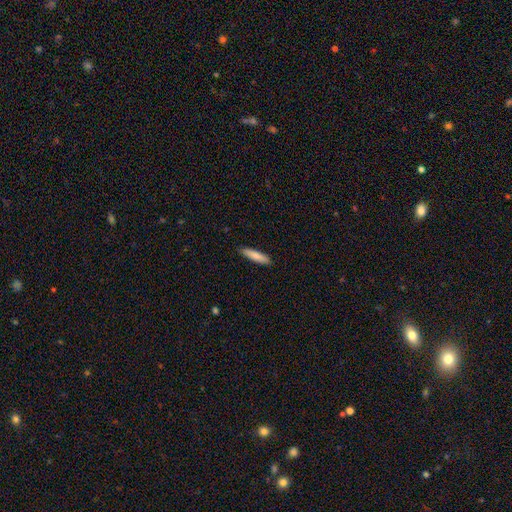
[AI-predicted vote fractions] smooth-or-featured: smooth: 83% | featured or disk: 11% | star or artifact: 6%
  how-rounded: cigar-shaped: 81% | in between: 17% | round: 1%
  merging: none: 89% | minor disturbance: 8% | major disturbance: 2% | merger: 1%